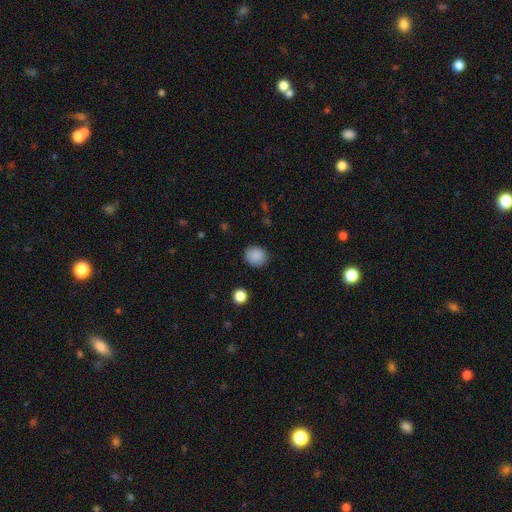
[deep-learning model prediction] This appears to be a smooth galaxy with no disk features (88%) that is round (78%). Merging: none (87%).